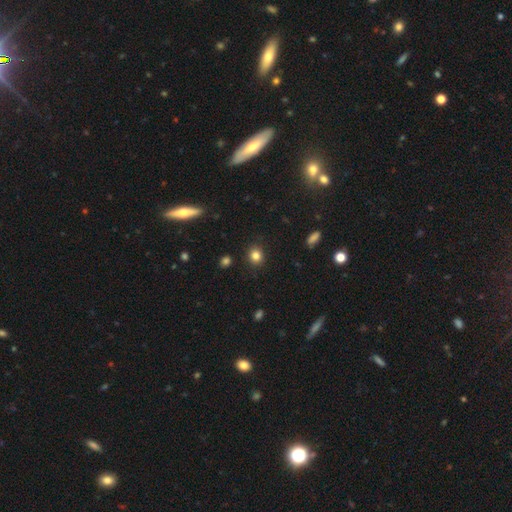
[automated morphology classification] type=smooth (83%); roundness=round (77%); merging=none (89%).